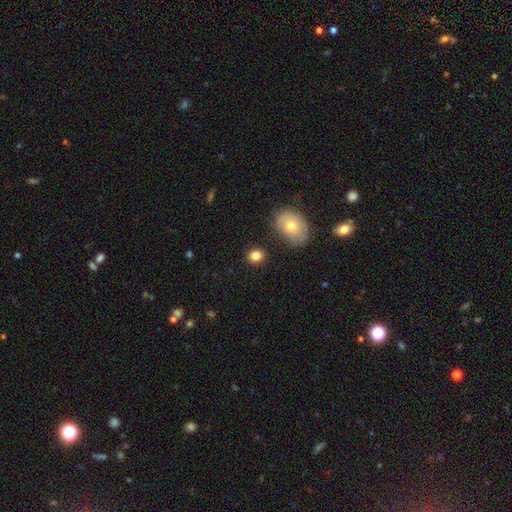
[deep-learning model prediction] This appears to be a smooth galaxy with no disk features (83%) that is round (71%). Merging: none (86%).